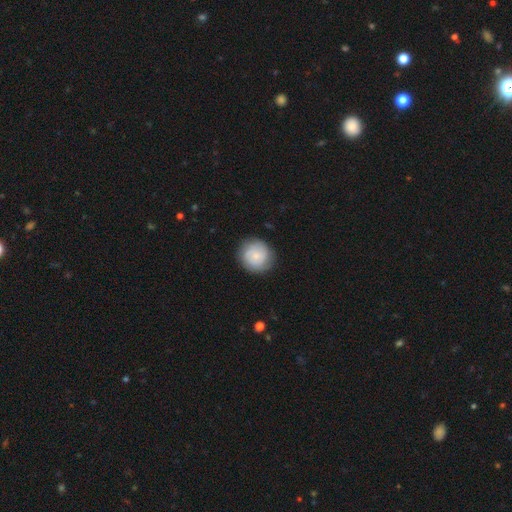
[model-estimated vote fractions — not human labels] Morphology: type=smooth (62%); roundness=round (91%); merging=none (84%).